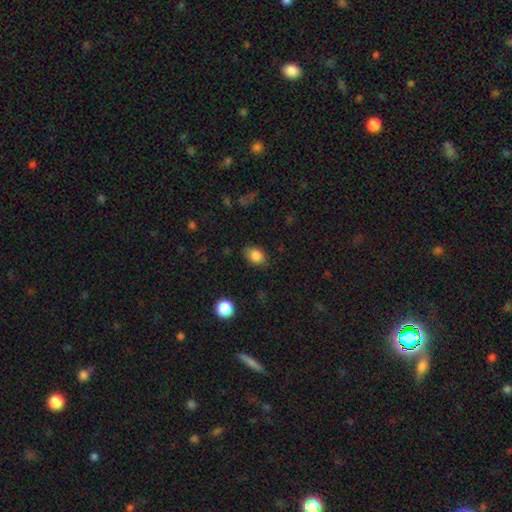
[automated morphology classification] Overall: smooth (85%). How rounded: in between (69%; round 30%). Merging: none (81%).